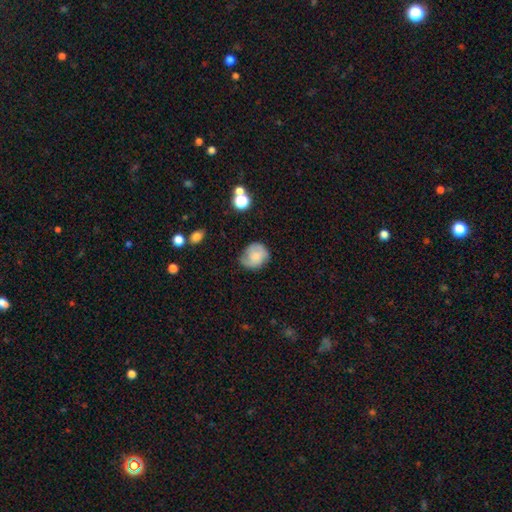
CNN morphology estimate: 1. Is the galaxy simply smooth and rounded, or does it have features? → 65% smooth, 27% featured or disk, 8% star or artifact.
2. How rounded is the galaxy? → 70% round, 29% in between, 1% cigar-shaped.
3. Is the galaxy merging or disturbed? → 59% none, 30% minor disturbance, 9% major disturbance, 2% merger.